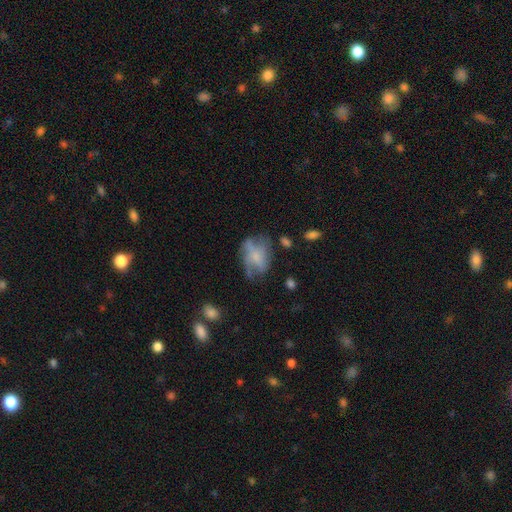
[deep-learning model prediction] Overall: featured or disk (46%; smooth 44%). Merging: none (38%; major disturbance 30%).